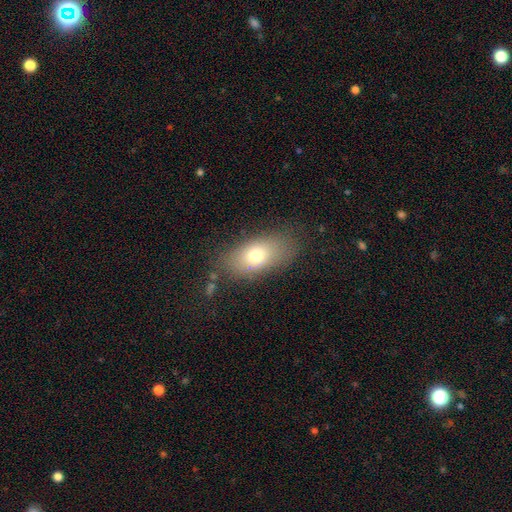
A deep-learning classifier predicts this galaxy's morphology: This is likely a smooth galaxy (71%). How rounded: clearly in between (84%). Merging: likely none (78%).